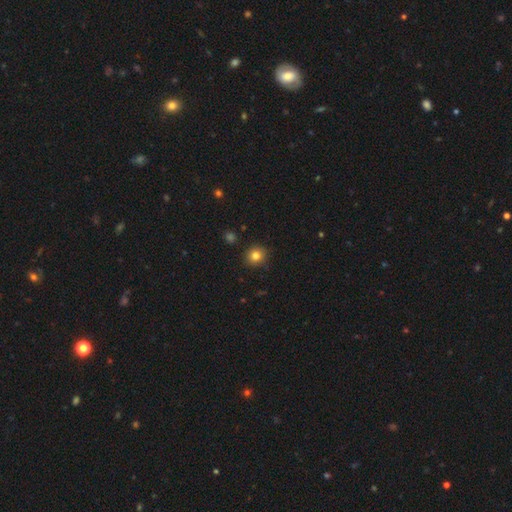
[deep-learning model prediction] Smooth or featured? smooth (82%)
How rounded? round (89%)
Merging? none (91%)